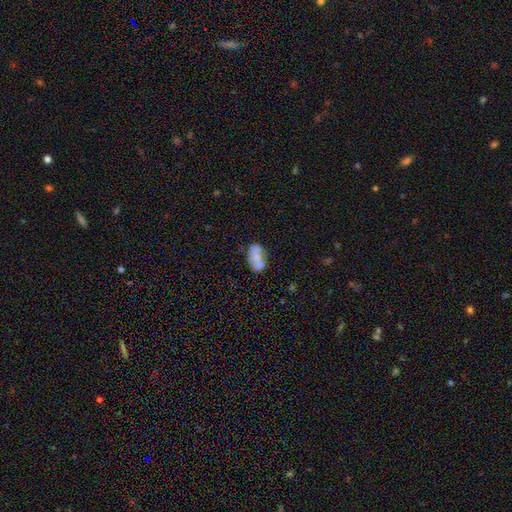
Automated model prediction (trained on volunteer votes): The model was most divided on "smooth or featured": smooth: 58%, featured or disk: 34%, star or artifact: 8%. More confident: how rounded — in between (88%); merging — none (54%).